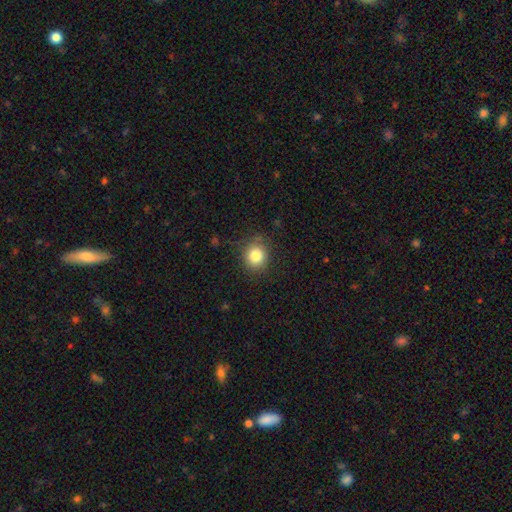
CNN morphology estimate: Smooth or featured?
  - smooth: 82% *
  - star or artifact: 11%
  - featured or disk: 7%
How rounded?
  - round: 81% *
  - in between: 18%
  - cigar-shaped: 1%
Merging?
  - none: 82% *
  - minor disturbance: 13%
  - major disturbance: 4%
  - merger: 1%